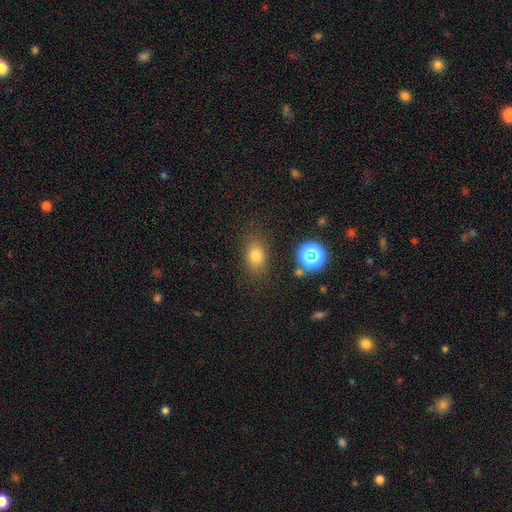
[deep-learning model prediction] Smooth or featured?
  - smooth: 77% *
  - star or artifact: 15%
  - featured or disk: 9%
How rounded?
  - in between: 73% *
  - round: 25%
  - cigar-shaped: 2%
Merging?
  - none: 80% *
  - minor disturbance: 12%
  - major disturbance: 5%
  - merger: 3%